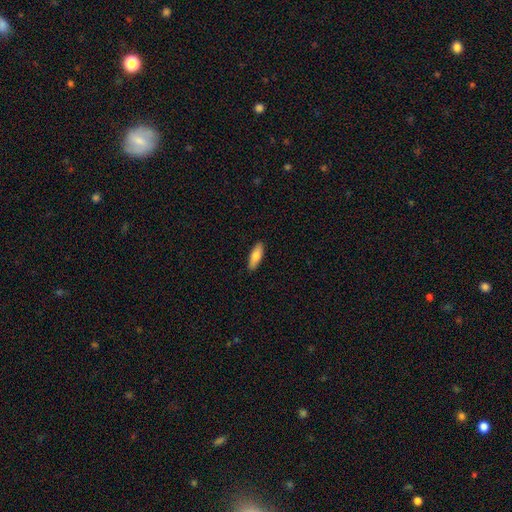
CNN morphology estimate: A smooth galaxy with no disk features (77%) that is in between round and cigar-shaped (57%). Merging: none (90%).